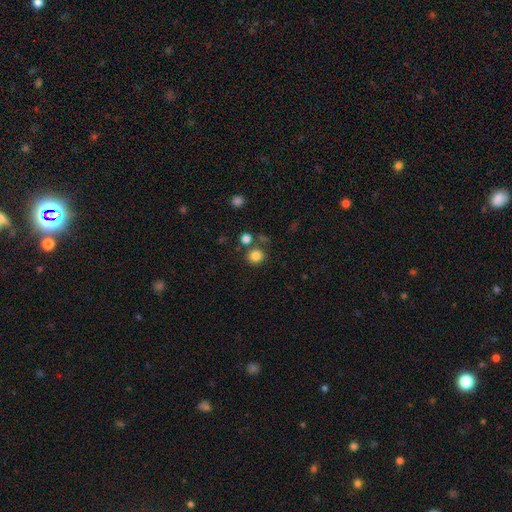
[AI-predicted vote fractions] Morphology: type=smooth (83%); roundness=round (91%); merging=none (77%).